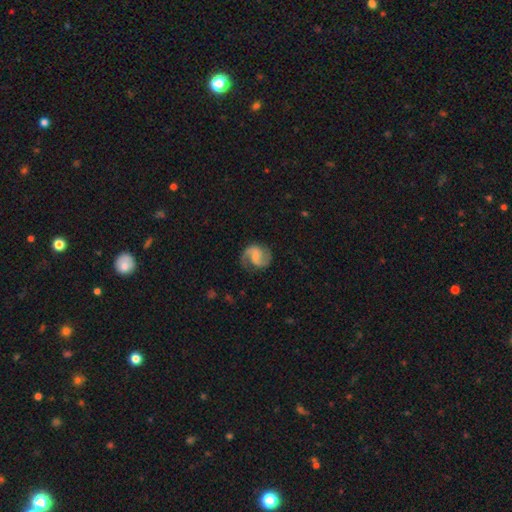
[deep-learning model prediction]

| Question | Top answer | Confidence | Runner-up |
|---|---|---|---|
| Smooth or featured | featured or disk | 82% | smooth (13%) |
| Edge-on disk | no | 98% | yes (2%) |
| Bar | weak | 48% | no (36%) |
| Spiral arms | yes | 96% | no (4%) |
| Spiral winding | medium | 52% | loose (32%) |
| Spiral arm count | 2 | 89% | 1 (5%) |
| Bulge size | small | 44% | none (30%) |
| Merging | none | 76% | minor disturbance (15%) |